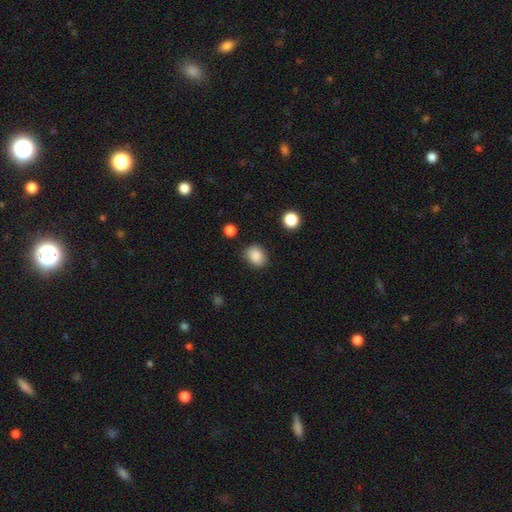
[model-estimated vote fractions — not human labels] Overall: smooth (87%). How rounded: in between (57%; round 42%). Merging: none (81%).